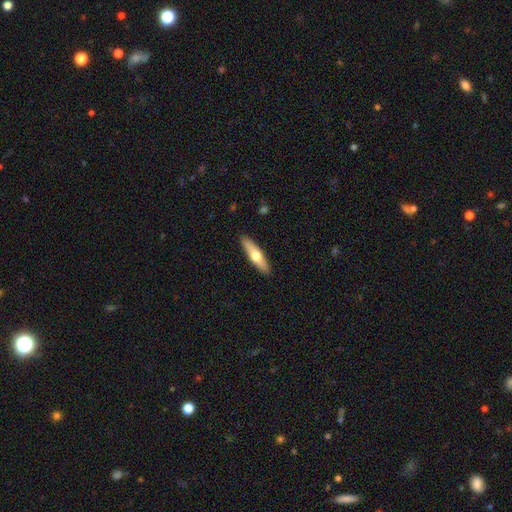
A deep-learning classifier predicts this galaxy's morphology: smooth_or_featured: smooth (p=0.54) [alt: featured or disk p=0.41]
how_rounded: cigar-shaped (p=0.71) [alt: in between p=0.27]
merging: none (p=0.90) [alt: minor disturbance p=0.08]